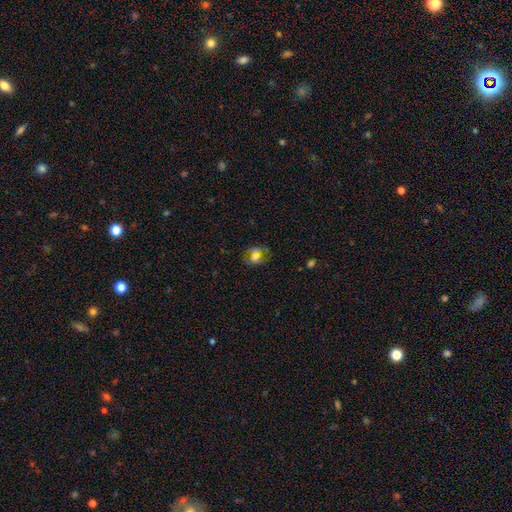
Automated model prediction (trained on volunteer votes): smooth 55%, featured or disk 29%, star or artifact 16%. Down the decision tree: how rounded — round (51%); merging — none (71%).